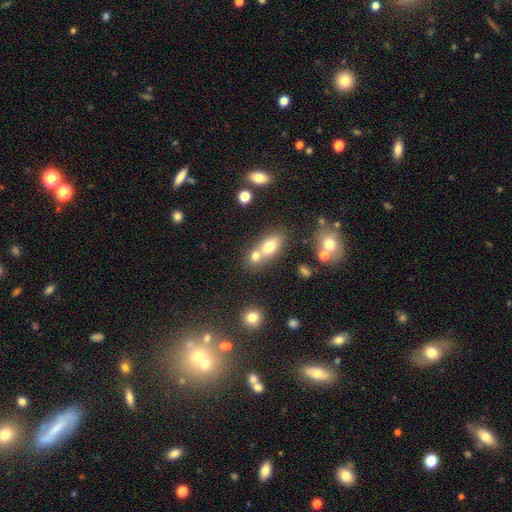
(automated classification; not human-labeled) A smooth galaxy with no disk features (70%) that is in between round and cigar-shaped (58%). Merging: merger (55%).